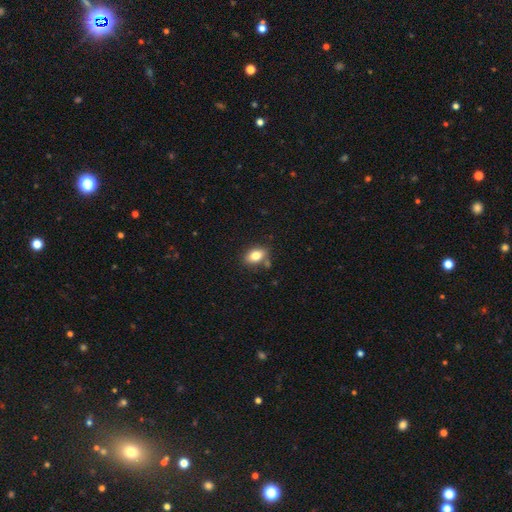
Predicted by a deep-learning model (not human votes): Smooth or featured? Predicted: smooth (p=0.81). How rounded? Predicted: in between (p=0.82). Merging? Predicted: none (p=0.76).